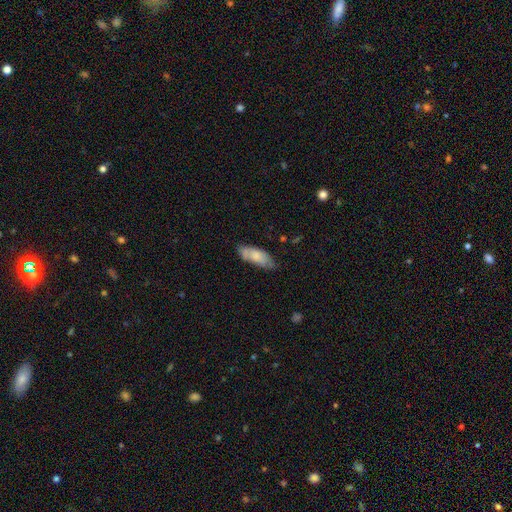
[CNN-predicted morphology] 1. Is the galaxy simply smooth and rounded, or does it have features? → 72% smooth, 22% featured or disk, 6% star or artifact.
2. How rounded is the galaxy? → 76% in between, 23% cigar-shaped, 2% round.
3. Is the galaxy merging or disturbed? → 61% none, 28% minor disturbance, 6% major disturbance, 4% merger.